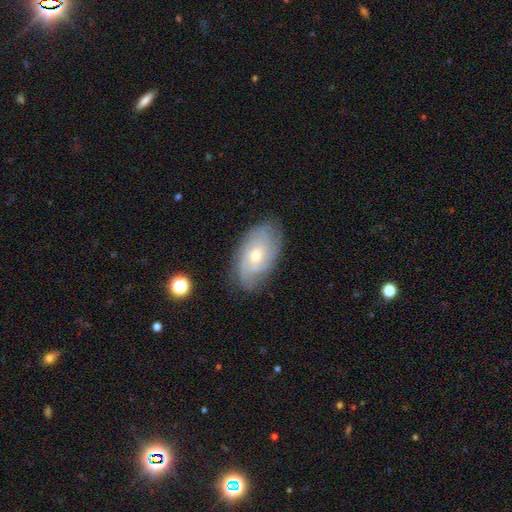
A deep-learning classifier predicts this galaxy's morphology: type=featured or disk (67%); edge-on=no (93%); bar=no (75%); spiral arms=yes (86%); winding=tight (67%); arm count=can't tell (55%); bulge=small (48%, tied with moderate); merging=none (77%).